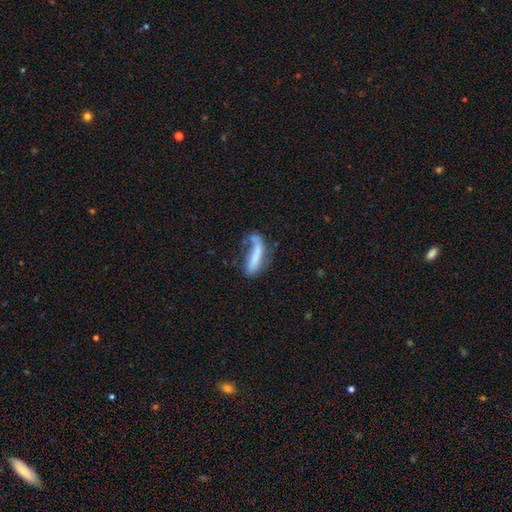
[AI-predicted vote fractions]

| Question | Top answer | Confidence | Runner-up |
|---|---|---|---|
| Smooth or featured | smooth | 61% | featured or disk (31%) |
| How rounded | cigar-shaped | 68% | in between (30%) |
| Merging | none | 33% | major disturbance (29%) |